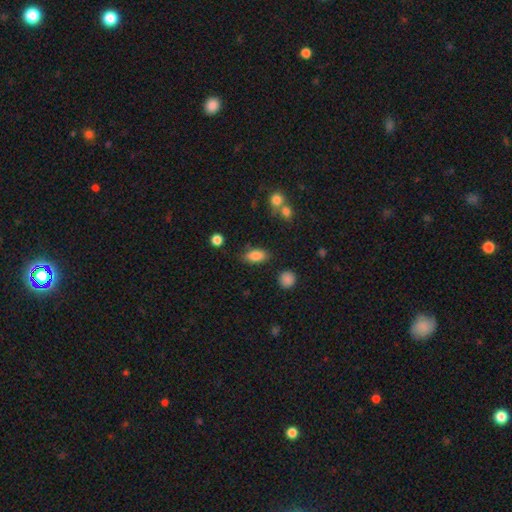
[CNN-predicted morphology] A smooth galaxy with no disk features (85%) that is in between round and cigar-shaped (88%). Merging: none (81%).